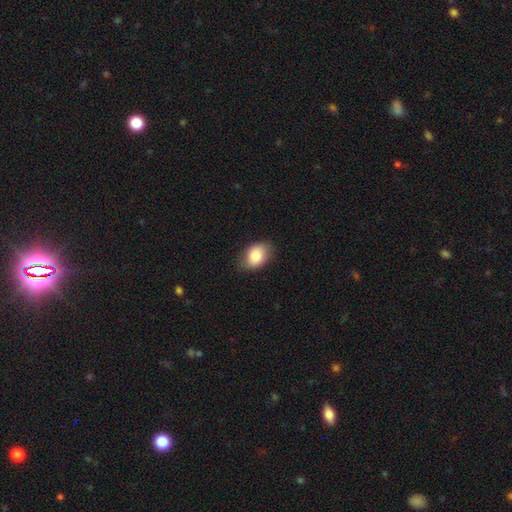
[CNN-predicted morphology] Q: Smooth or featured?
A: smooth (82%); runner-up: featured or disk (10%)
Q: How rounded?
A: in between (80%); runner-up: round (19%)
Q: Merging?
A: none (80%); runner-up: minor disturbance (16%)